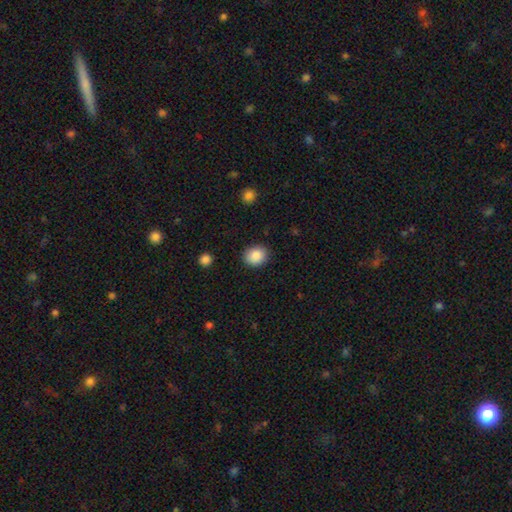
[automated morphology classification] type=smooth (88%); roundness=round (65%); merging=none (87%).